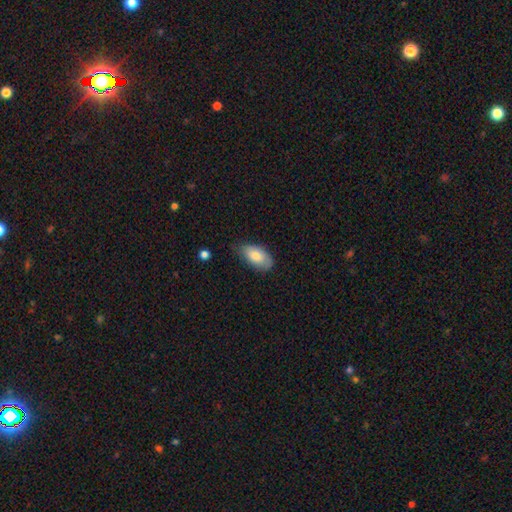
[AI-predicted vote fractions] smooth_or_featured: smooth (p=0.80) [alt: featured or disk p=0.13]
how_rounded: in between (p=0.93) [alt: round p=0.04]
merging: none (p=0.61) [alt: minor disturbance p=0.32]